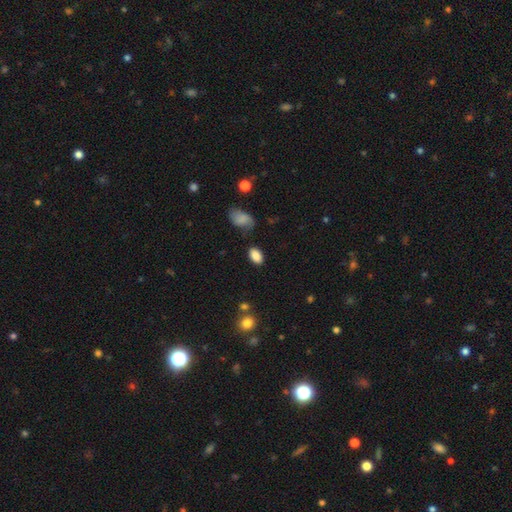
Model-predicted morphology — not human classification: Smooth or featured? Predicted: smooth (p=0.87). How rounded? Predicted: in between (p=0.91). Merging? Predicted: none (p=0.78).